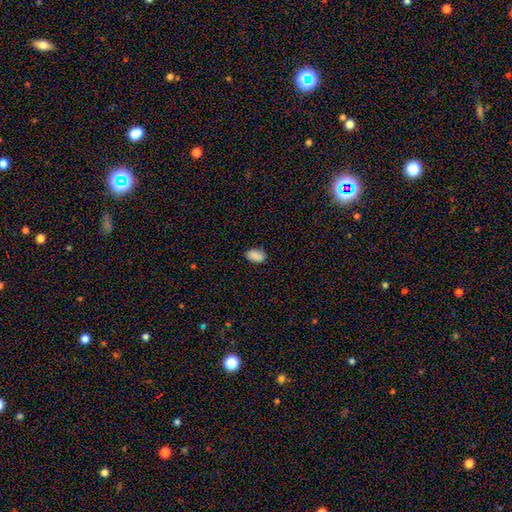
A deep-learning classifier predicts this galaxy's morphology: A smooth galaxy with no disk features (88%) that is in between round and cigar-shaped (91%).

Vote fractions:
- Smooth or featured? smooth: 88% / star or artifact: 8% / featured or disk: 3%
- How rounded? in between: 91% / round: 8% / cigar-shaped: 2%
- Merging? none: 85% / minor disturbance: 11% / major disturbance: 2% / merger: 1%